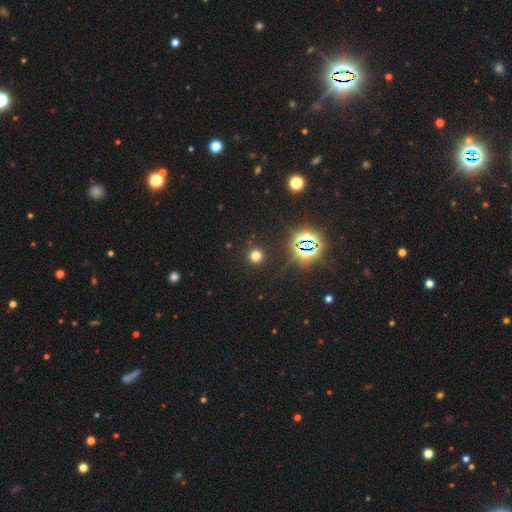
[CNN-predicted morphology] Overall: smooth (63%; star or artifact 30%). How rounded: round (94%). Merging: none (90%).